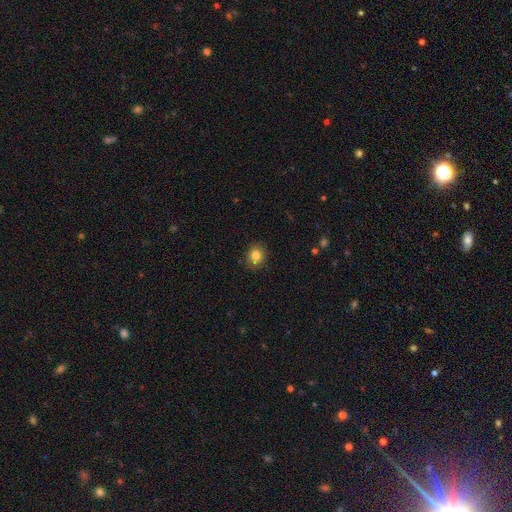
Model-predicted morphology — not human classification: The model was most divided on "how rounded": round: 70%, in between: 29%, cigar-shaped: 1%. More confident: merging — none (88%); smooth or featured — smooth (82%).